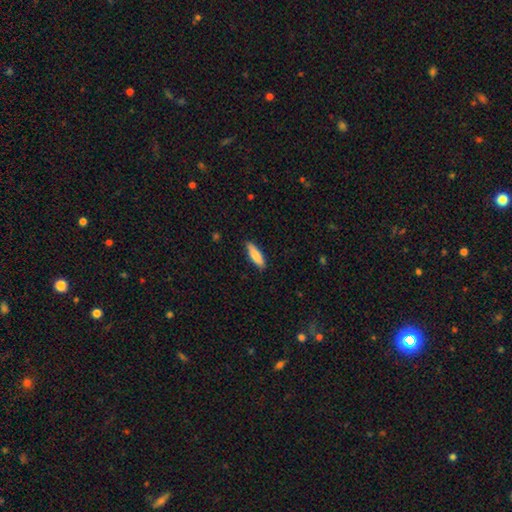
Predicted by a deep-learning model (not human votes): A smooth galaxy with no disk features (82%) that is cigar-shaped (57%). Merging: none (85%).